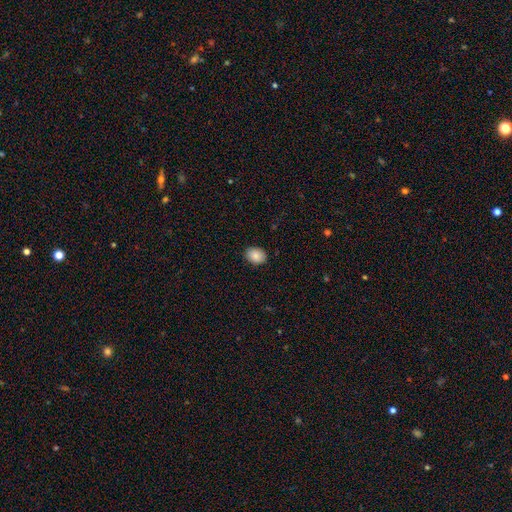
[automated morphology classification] Smooth or featured?
  - smooth: 87% *
  - star or artifact: 8%
  - featured or disk: 5%
How rounded?
  - in between: 64% *
  - round: 35%
  - cigar-shaped: 1%
Merging?
  - none: 89% *
  - minor disturbance: 8%
  - major disturbance: 2%
  - merger: 1%